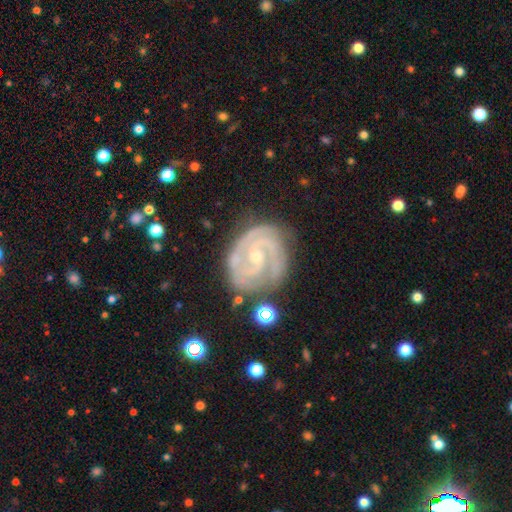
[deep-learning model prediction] featured or disk 89%, star or artifact 5%, smooth 5%. Down the decision tree: edge-on disk — no (98%); bar — no (58%); spiral arms — yes (97%); spiral arm count — 2 (49%); spiral winding — tight (72%); bulge size — small (65%); merging — none (72%).